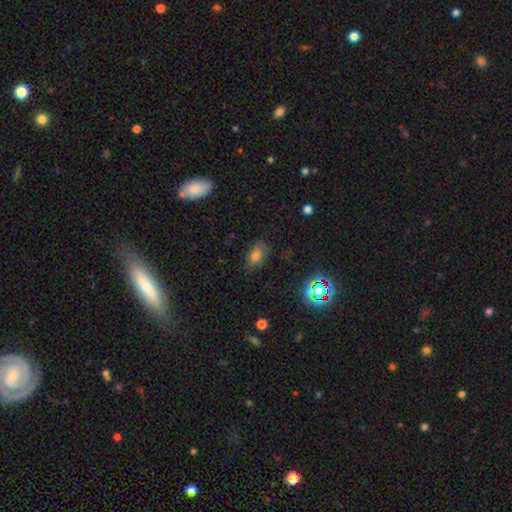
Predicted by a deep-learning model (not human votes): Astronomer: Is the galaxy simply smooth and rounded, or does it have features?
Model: smooth — 71%.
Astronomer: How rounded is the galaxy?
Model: in between — 84%.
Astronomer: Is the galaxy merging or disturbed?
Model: none — 76%.